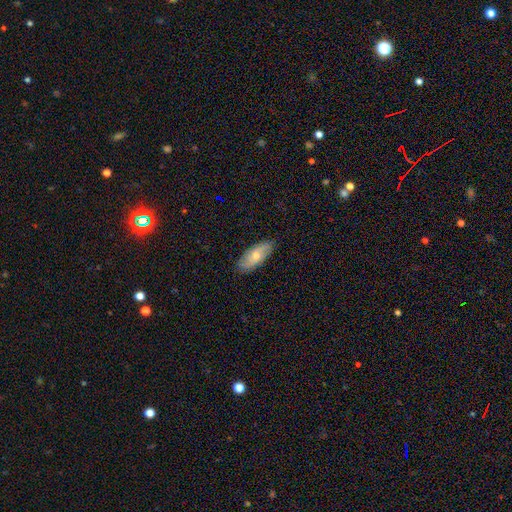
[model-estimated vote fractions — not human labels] This appears to be a smooth galaxy with no disk features (54%) that is in between round and cigar-shaped (80%). Merging: none (85%).